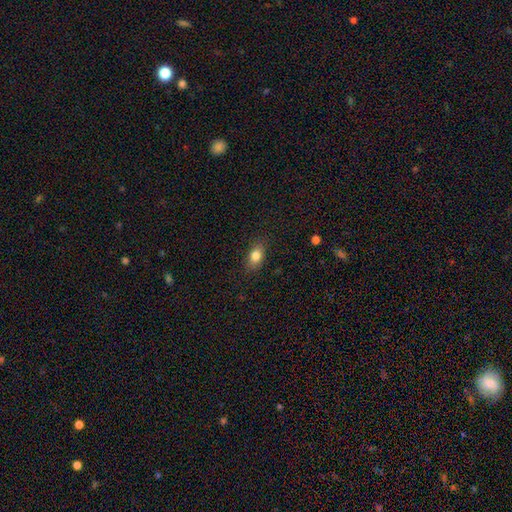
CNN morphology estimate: Smooth or featured: smooth — 82% (star or artifact — 9%)
How rounded: in between — 80% (round — 15%)
Merging: none — 84% (minor disturbance — 12%)